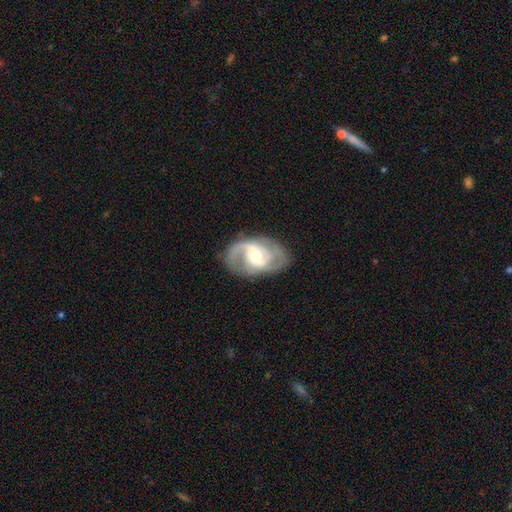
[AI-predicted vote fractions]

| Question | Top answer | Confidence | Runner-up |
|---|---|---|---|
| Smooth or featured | featured or disk | 83% | smooth (12%) |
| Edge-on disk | no | 96% | yes (4%) |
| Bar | weak | 45% | no (40%) |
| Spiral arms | yes | 93% | no (7%) |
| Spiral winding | medium | 49% | tight (26%) |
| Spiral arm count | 2 | 73% | can't tell (10%) |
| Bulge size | moderate | 57% | small (33%) |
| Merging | none | 75% | minor disturbance (15%) |